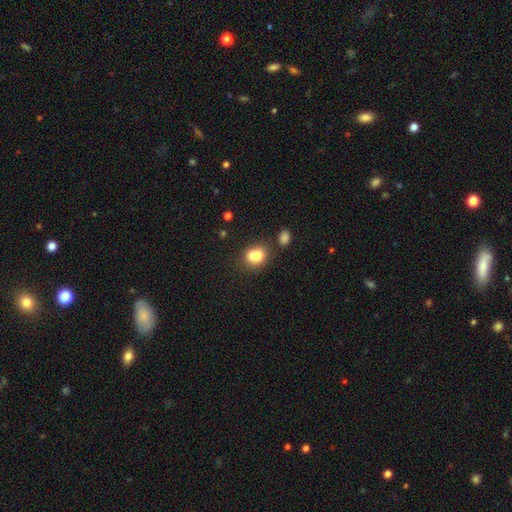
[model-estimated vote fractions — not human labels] smooth_or_featured: smooth (p=0.74) [alt: featured or disk p=0.15]
how_rounded: round (p=0.62) [alt: in between p=0.37]
merging: merger (p=0.47) [alt: none p=0.38]